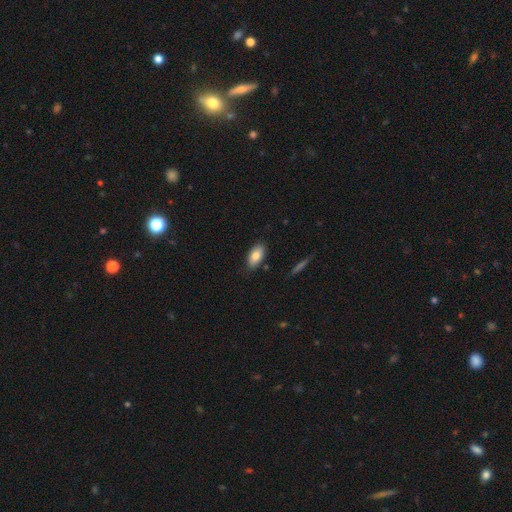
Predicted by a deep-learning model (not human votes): The model was most divided on "merging": none: 83%, minor disturbance: 12%, major disturbance: 2%, merger: 2%. More confident: how rounded — in between (92%); smooth or featured — smooth (82%).